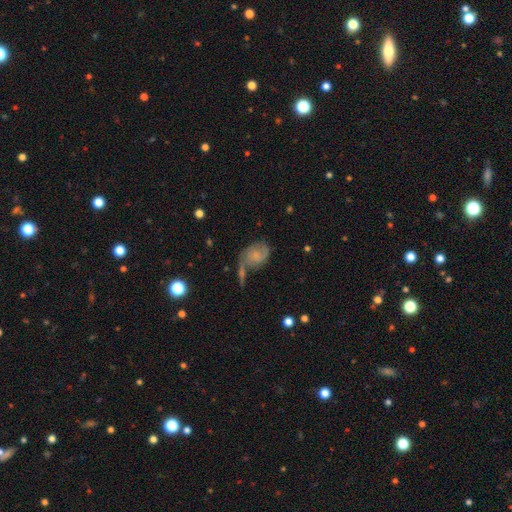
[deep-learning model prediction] smooth_or_featured: featured or disk (p=0.49) [alt: smooth p=0.41]
merging: none (p=0.41) [alt: minor disturbance p=0.23]